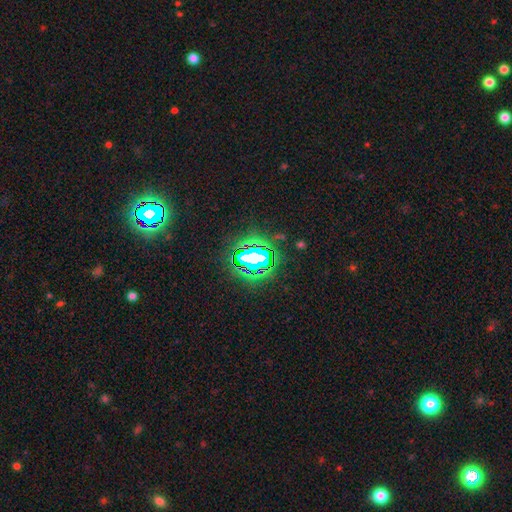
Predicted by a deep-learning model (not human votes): A star or artifact, not a galaxy (76%).